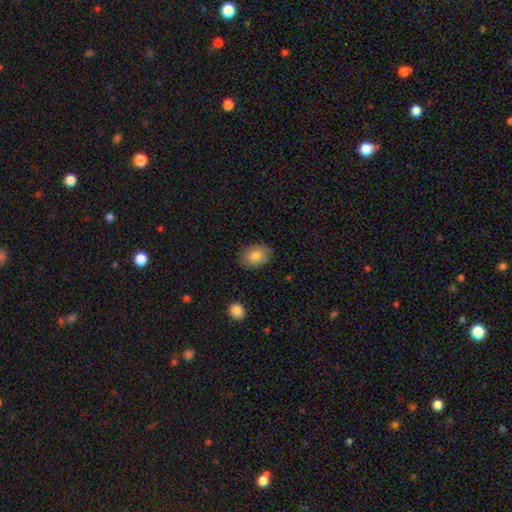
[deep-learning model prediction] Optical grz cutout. It shows a smooth galaxy with no disk features (82%) that is in between round and cigar-shaped (77%). Merging: none (84%).